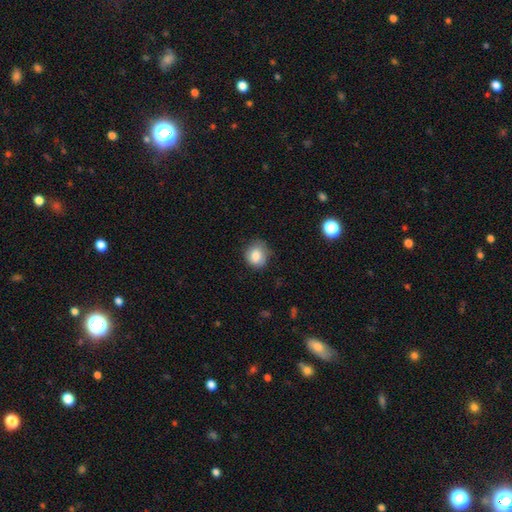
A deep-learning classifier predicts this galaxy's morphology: Q: Smooth or featured?
A: smooth (82%); runner-up: featured or disk (10%)
Q: How rounded?
A: round (67%); runner-up: in between (32%)
Q: Merging?
A: none (69%); runner-up: minor disturbance (24%)